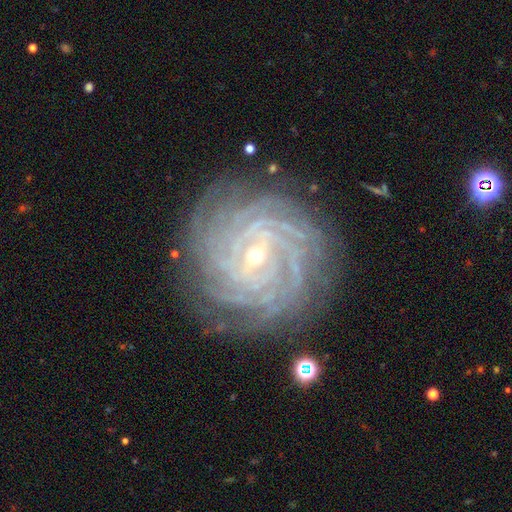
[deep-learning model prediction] A featured or disk galaxy (91%) with a weak bar (46%), more than 4 (38%) tight (84%) spiral arms (98%) and a small central bulge (73%).

Vote fractions:
- Smooth or featured? featured or disk: 91% / star or artifact: 5% / smooth: 3%
- Edge-on disk? no: 97% / yes: 3%
- Bar? weak: 46% / no: 31% / strong: 23%
- Spiral arms? yes: 98% / no: 2%
- Spiral winding? tight: 84% / medium: 14% / loose: 2%
- Spiral arm count? more than 4: 38% / 4: 22% / can't tell: 16% / 3: 9% / 2: 7% / 1: 7%
- Bulge size? small: 73% / moderate: 24% / large: 1% / none: 1% / dominant: 1%
- Merging? none: 81% / minor disturbance: 13% / major disturbance: 4% / merger: 1%